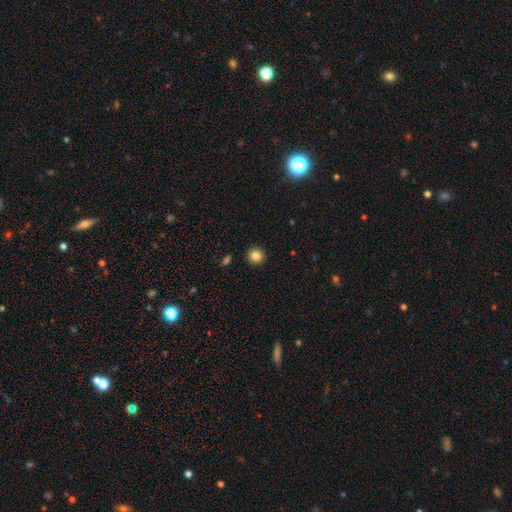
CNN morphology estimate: A smooth galaxy with no disk features (83%) that is round (93%).

Vote fractions:
- Smooth or featured? smooth: 83% / star or artifact: 11% / featured or disk: 6%
- How rounded? round: 93% / in between: 6% / cigar-shaped: 1%
- Merging? none: 92% / minor disturbance: 5% / major disturbance: 2% / merger: 1%